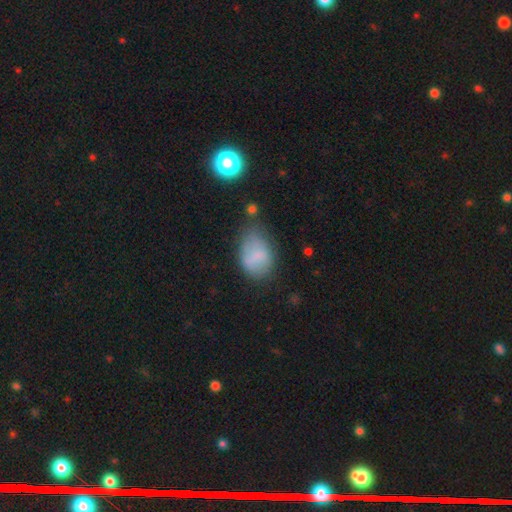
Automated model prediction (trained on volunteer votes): Smooth or featured: smooth — 73% (featured or disk — 18%)
How rounded: in between — 80% (round — 19%)
Merging: none — 40% (minor disturbance — 38%)